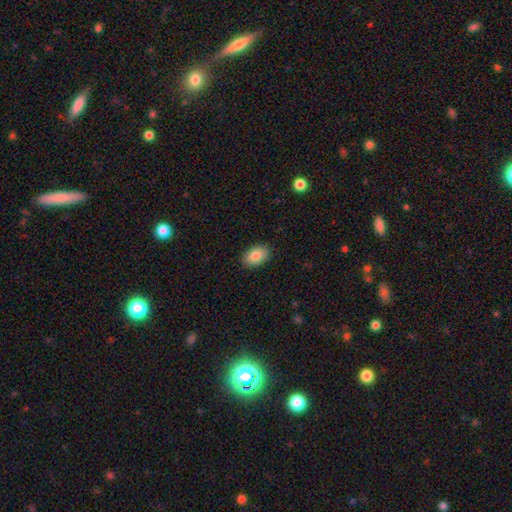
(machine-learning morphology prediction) Overall: smooth (84%). How rounded: in between (91%). Merging: none (89%).